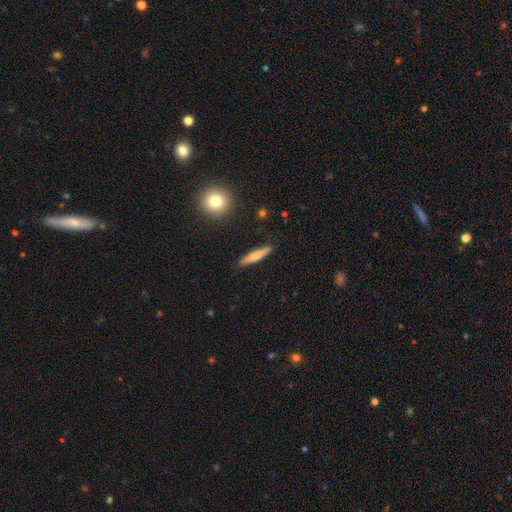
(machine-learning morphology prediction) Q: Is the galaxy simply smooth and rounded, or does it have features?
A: smooth — 64%.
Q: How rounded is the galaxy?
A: cigar-shaped — 90%.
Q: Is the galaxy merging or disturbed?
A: none — 87%.